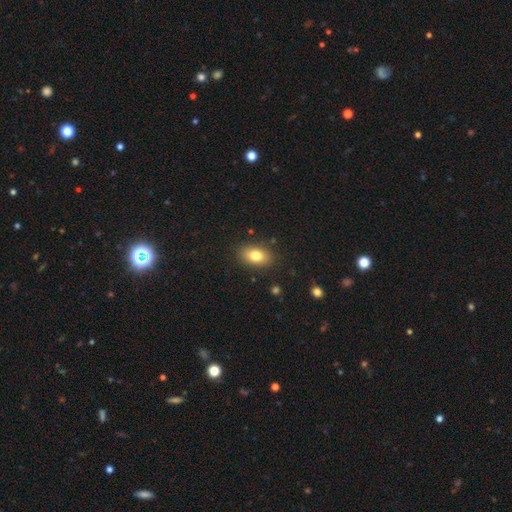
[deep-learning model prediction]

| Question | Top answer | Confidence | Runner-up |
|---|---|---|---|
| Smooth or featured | smooth | 80% | featured or disk (12%) |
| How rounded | in between | 86% | round (12%) |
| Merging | none | 86% | minor disturbance (10%) |